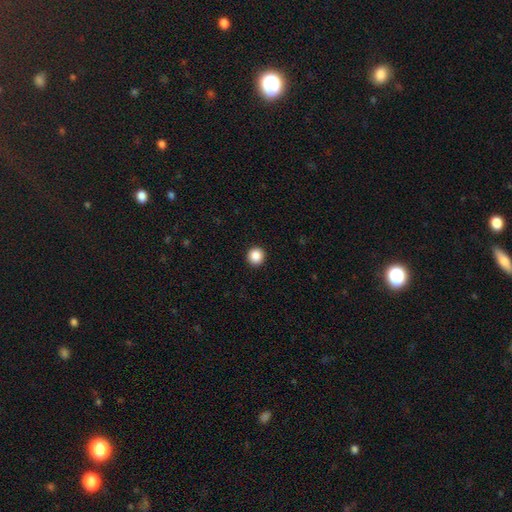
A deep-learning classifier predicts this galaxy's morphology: This is clearly a smooth galaxy (88%). How rounded: clearly round (94%). Merging: clearly none (93%).